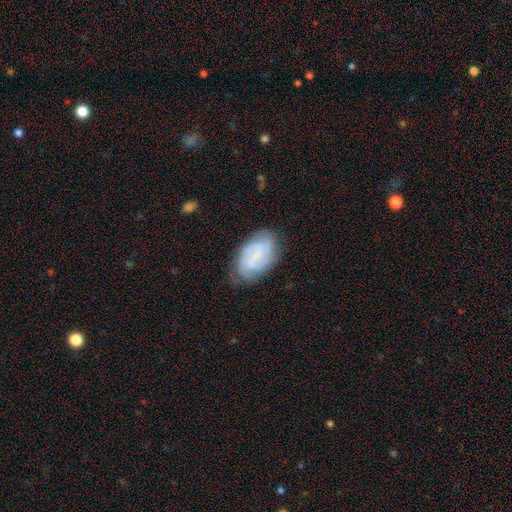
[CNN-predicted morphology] The model was most divided on "spiral arm count": 2: 35%, can't tell: 34%, 3: 17%, 4: 6%, 1: 4%, more than 4: 4%. Remaining: edge-on disk — no (97%); spiral arms — yes (88%); merging — none (73%); smooth or featured — featured or disk (61%); spiral winding — tight (51%); bar — no (45%); bulge size — small (44%).